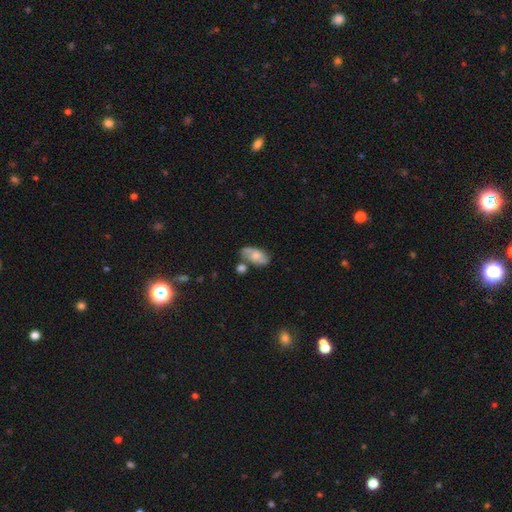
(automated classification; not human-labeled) smooth-or-featured: smooth: 59% | featured or disk: 34% | star or artifact: 7%
  how-rounded: in between: 92% | round: 5% | cigar-shaped: 3%
  merging: none: 55% | minor disturbance: 23% | merger: 15% | major disturbance: 7%